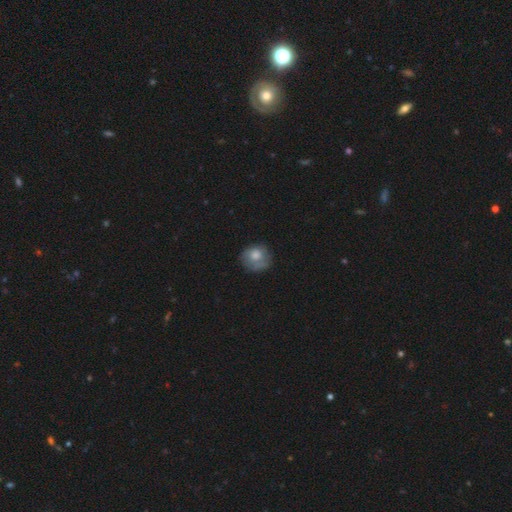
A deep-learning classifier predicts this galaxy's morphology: Smooth or featured? Predicted: smooth (p=0.71). How rounded? Predicted: round (p=0.79). Merging? Predicted: none (p=0.58).